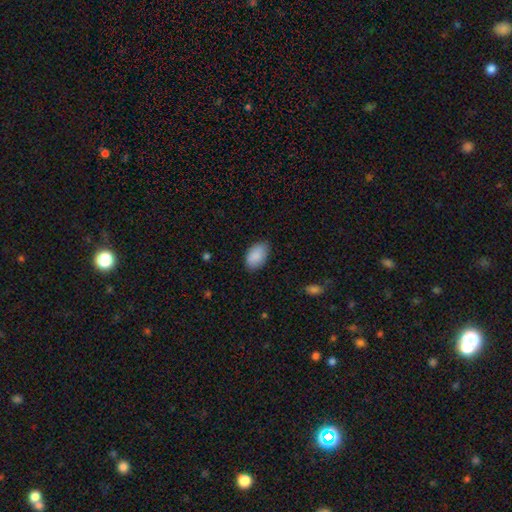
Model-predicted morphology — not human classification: Overall: smooth (90%). How rounded: in between (93%). Merging: none (83%).